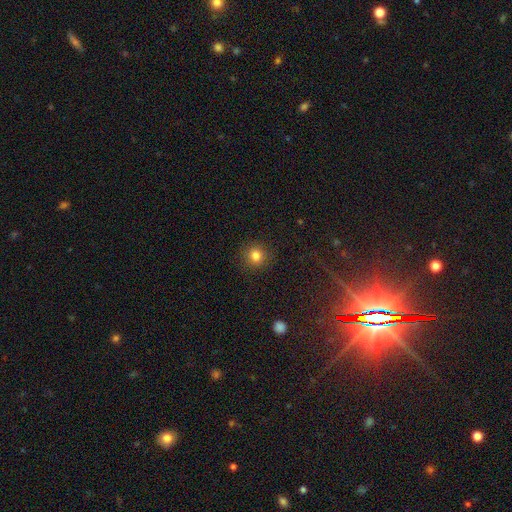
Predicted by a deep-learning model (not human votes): Smooth or featured? smooth (82%)
How rounded? round (91%)
Merging? none (90%)